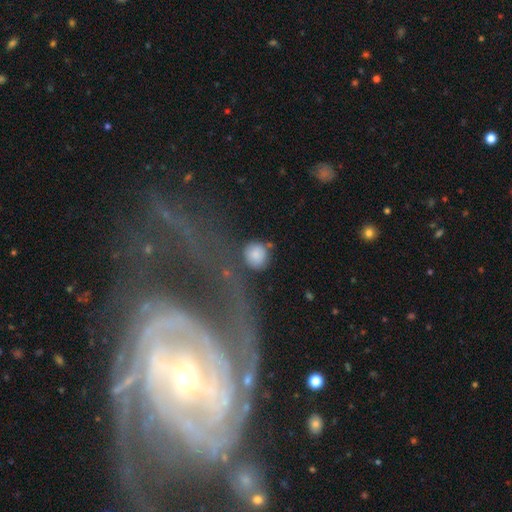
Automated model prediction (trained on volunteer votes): Morphology: type=smooth (81%); roundness=round (86%); merging=none (69%).